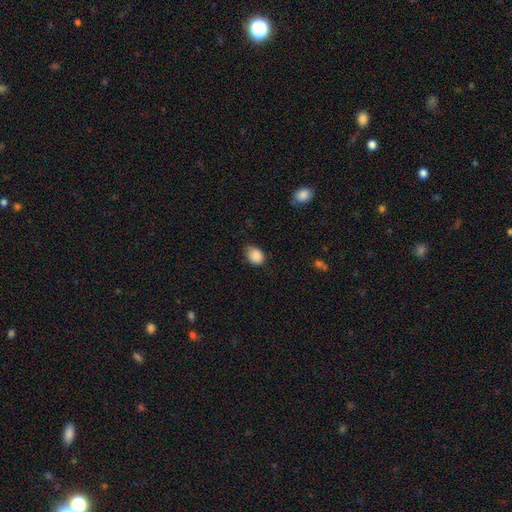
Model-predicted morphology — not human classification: Smooth or featured?
  - smooth: 88% *
  - star or artifact: 8%
  - featured or disk: 4%
How rounded?
  - in between: 66% *
  - round: 33%
  - cigar-shaped: 1%
Merging?
  - none: 63% *
  - minor disturbance: 31%
  - major disturbance: 5%
  - merger: 1%